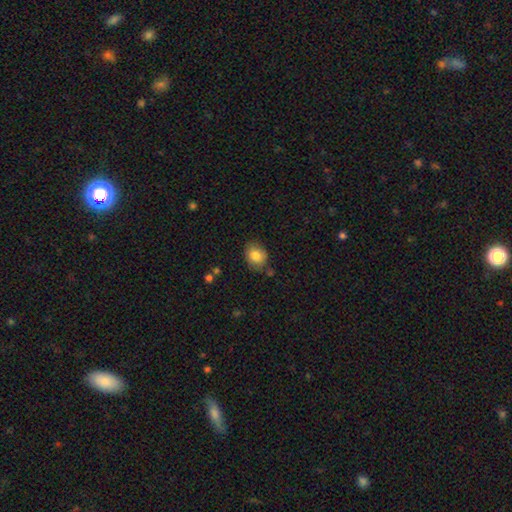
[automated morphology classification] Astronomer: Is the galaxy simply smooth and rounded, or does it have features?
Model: smooth — 83%.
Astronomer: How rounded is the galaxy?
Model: in between — 50% (runner-up: round, 49%).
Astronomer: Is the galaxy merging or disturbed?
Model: none — 76%.